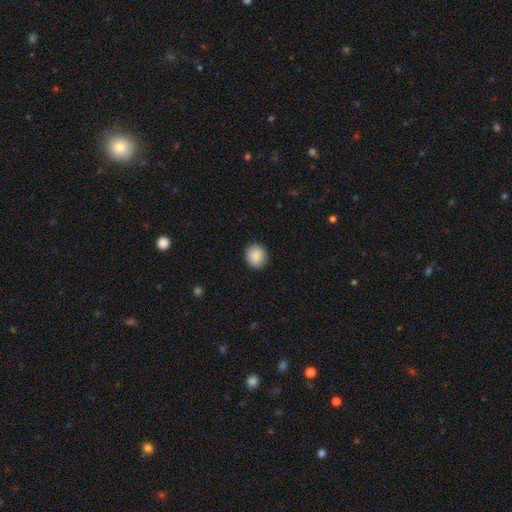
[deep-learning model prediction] Smooth or featured? Predicted: smooth (p=0.89). How rounded? Predicted: round (p=0.85). Merging? Predicted: none (p=0.91).